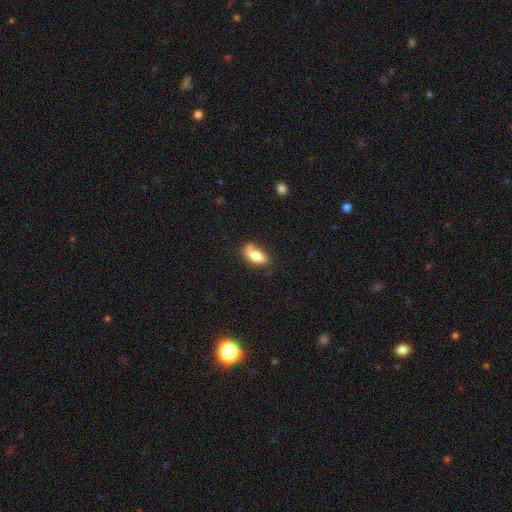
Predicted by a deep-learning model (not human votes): Smooth or featured? smooth (76%)
How rounded? in between (86%)
Merging? none (59%)